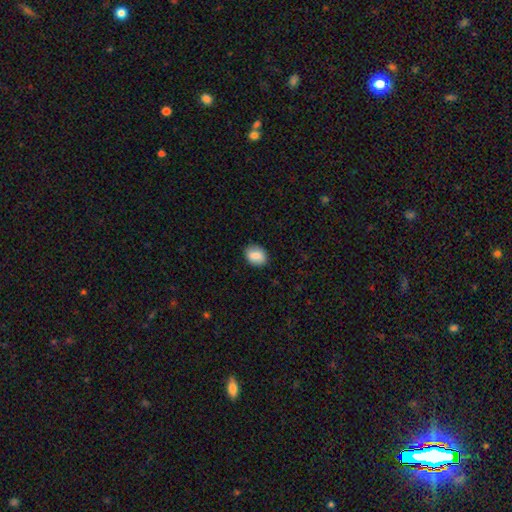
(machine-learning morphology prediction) Overall: smooth (85%). How rounded: in between (66%; round 32%). Merging: none (87%).